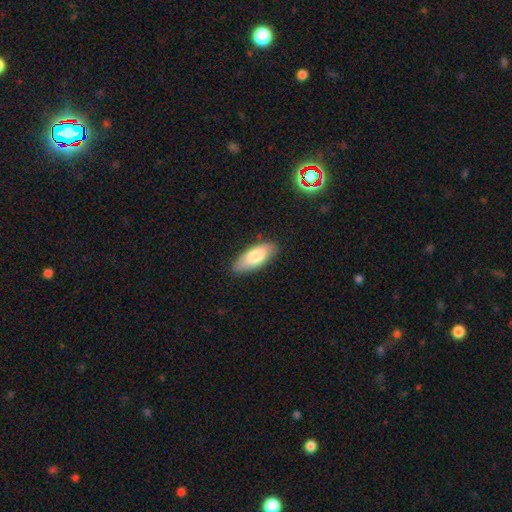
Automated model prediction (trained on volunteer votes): Q: Smooth or featured?
A: smooth (78%); runner-up: featured or disk (16%)
Q: How rounded?
A: in between (80%); runner-up: cigar-shaped (18%)
Q: Merging?
A: none (85%); runner-up: minor disturbance (12%)